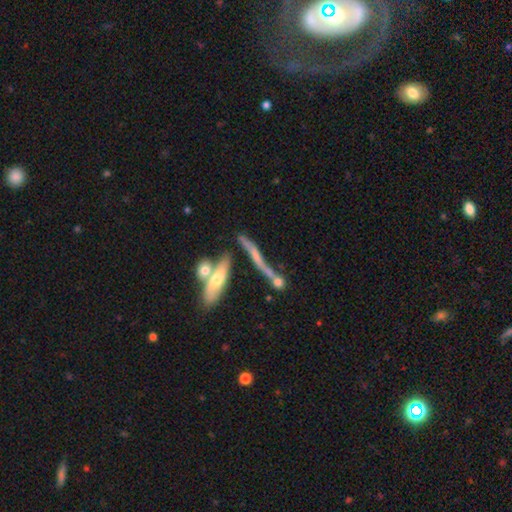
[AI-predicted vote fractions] featured or disk 47%, smooth 43%, star or artifact 10%. Down the decision tree: merging — none (43%).